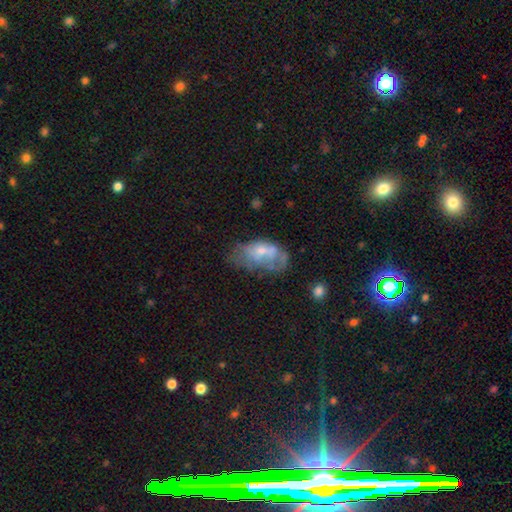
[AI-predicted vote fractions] This appears to be a featured or disk galaxy (46%). Merging: none (33%).